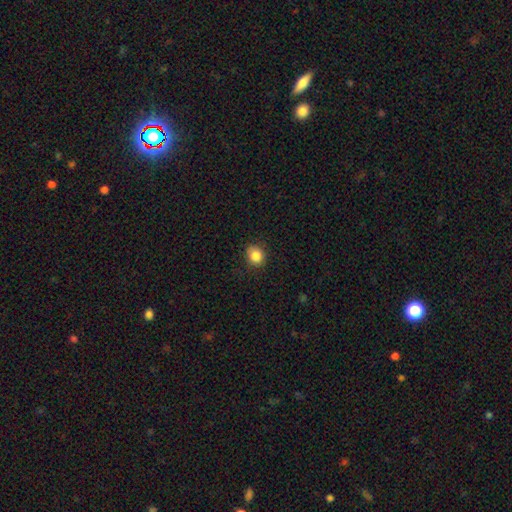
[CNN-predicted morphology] This appears to be a smooth galaxy with no disk features (85%) that is round (73%). Merging: none (81%).